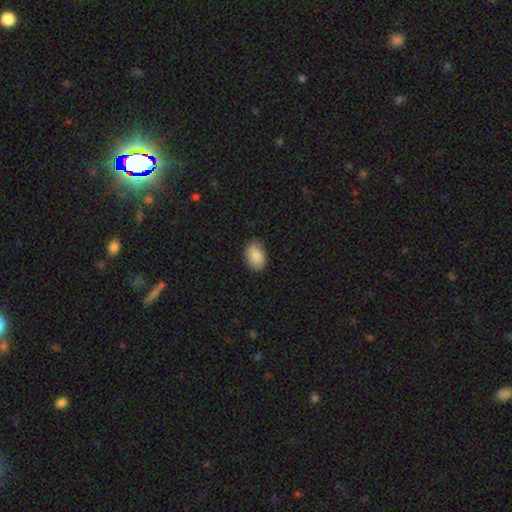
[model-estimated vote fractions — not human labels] Q: Smooth or featured?
A: smooth (88%); runner-up: star or artifact (7%)
Q: How rounded?
A: in between (88%); runner-up: round (11%)
Q: Merging?
A: none (86%); runner-up: minor disturbance (11%)